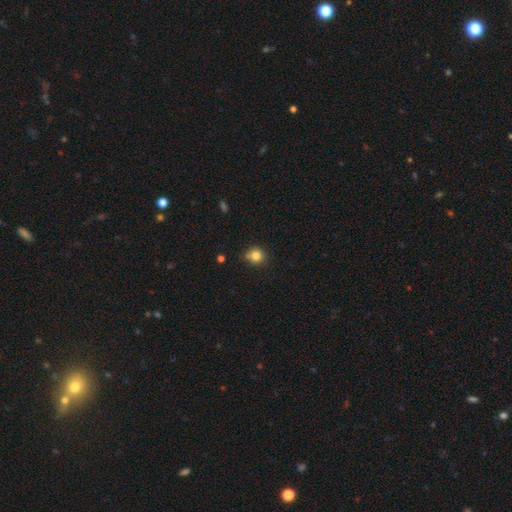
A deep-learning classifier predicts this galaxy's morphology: Overall: smooth (82%). How rounded: round (87%). Merging: none (74%).